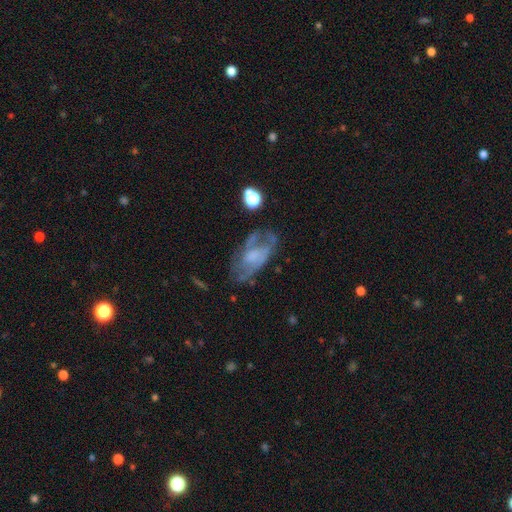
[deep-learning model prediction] Smooth or featured?
  - featured or disk: 66% *
  - smooth: 25%
  - star or artifact: 10%
Edge-on disk?
  - no: 92% *
  - yes: 8%
Bar?
  - no: 63% *
  - weak: 30%
  - strong: 7%
Spiral arms?
  - yes: 62% *
  - no: 38%
Bulge size?
  - none: 35% *
  - moderate: 28%
  - small: 27%
  - large: 9%
  - dominant: 2%
Merging?
  - none: 51% *
  - minor disturbance: 24%
  - major disturbance: 21%
  - merger: 5%